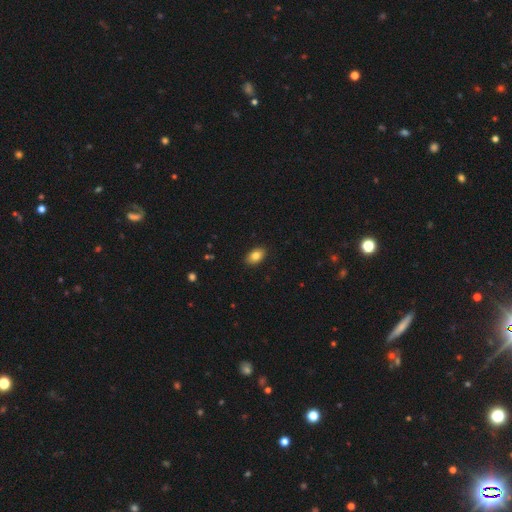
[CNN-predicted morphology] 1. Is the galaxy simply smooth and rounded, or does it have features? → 84% smooth, 8% featured or disk, 8% star or artifact.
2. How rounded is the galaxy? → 89% in between, 10% round, 1% cigar-shaped.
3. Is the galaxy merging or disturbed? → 89% none, 9% minor disturbance, 2% major disturbance, 1% merger.